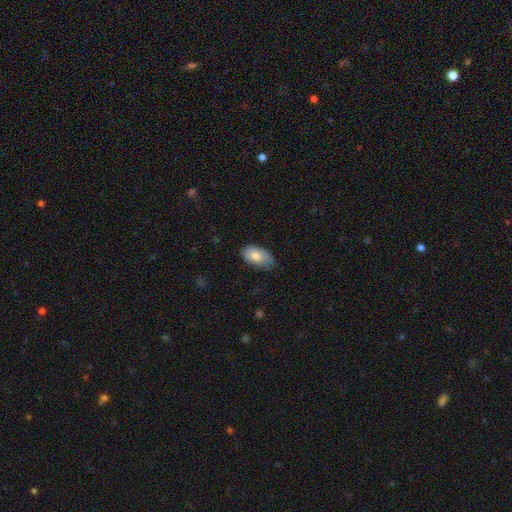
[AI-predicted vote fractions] Smooth or featured? Predicted: smooth (p=0.79). How rounded? Predicted: in between (p=0.94). Merging? Predicted: none (p=0.65).